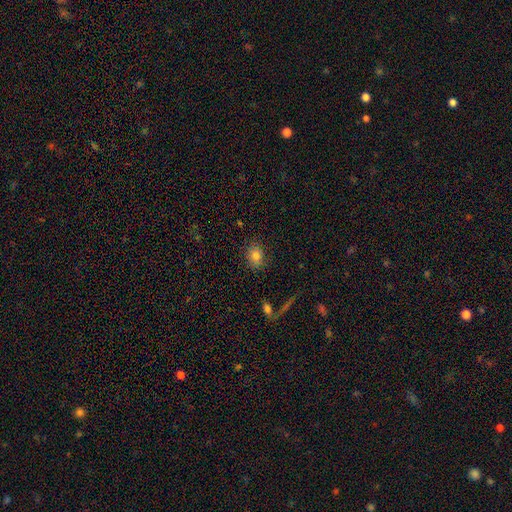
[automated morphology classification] Smooth or featured? Predicted: smooth (p=0.81). How rounded? Predicted: in between (p=0.53). Merging? Predicted: none (p=0.83).